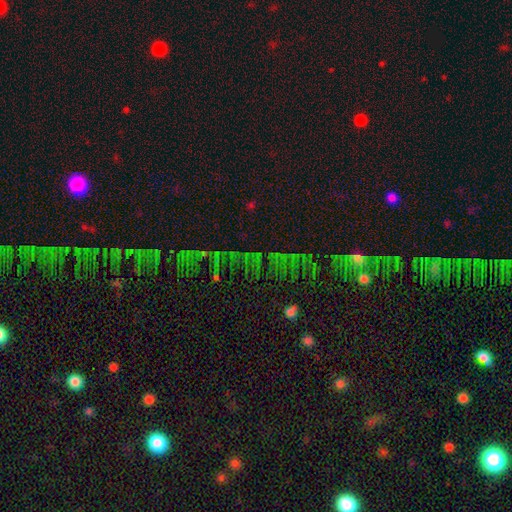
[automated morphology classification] A star or artifact, not a galaxy (74%).

Vote fractions:
- Smooth or featured? star or artifact: 74% / smooth: 15% / featured or disk: 11%